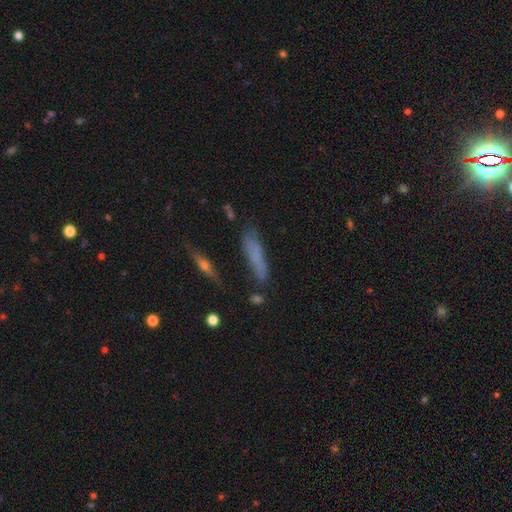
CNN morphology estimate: Overall: smooth (63%; featured or disk 25%). How rounded: cigar-shaped (81%). Merging: none (69%).